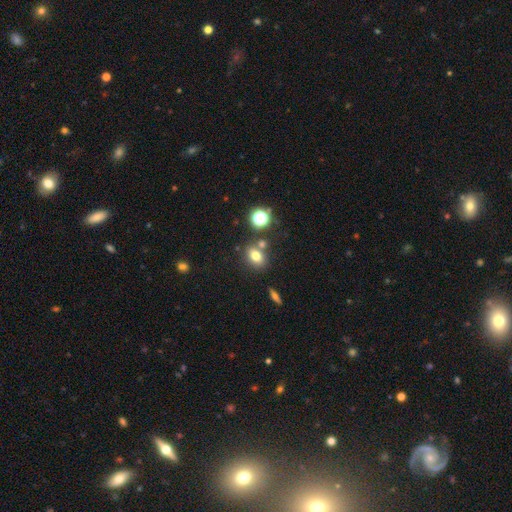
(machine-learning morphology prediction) Smooth or featured? smooth (73%)
How rounded? in between (63%)
Merging? none (67%)